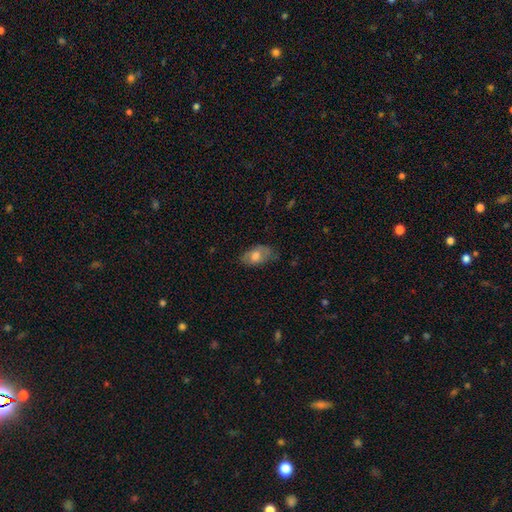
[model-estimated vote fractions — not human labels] This is likely a smooth galaxy (65%). How rounded: clearly in between (91%). Merging: likely none (62%).